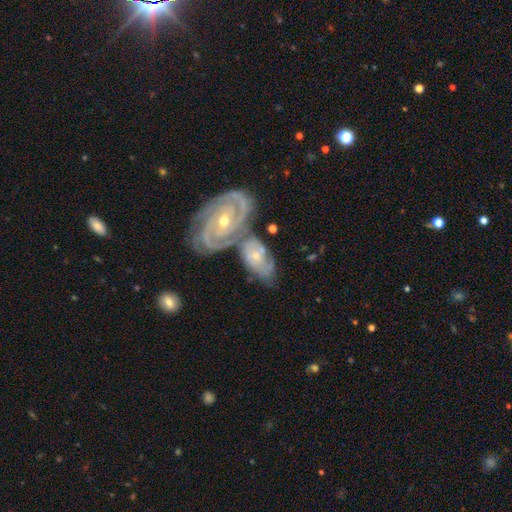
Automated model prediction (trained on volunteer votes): A featured or disk galaxy (78%) with no bar (68%), 3 (30%, tied with 2) tight (68%) spiral arms (93%) and a small central bulge (54%). Merging: merger (50%).